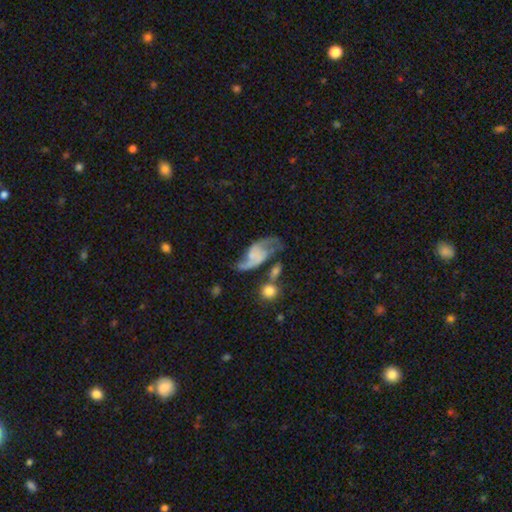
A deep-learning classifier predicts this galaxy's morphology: type=featured or disk (77%); edge-on=no (96%); bar=no (60%); spiral arms=yes (92%); winding=loose (63%); arm count=2 (87%); bulge=none (55%); merging=none (37%).